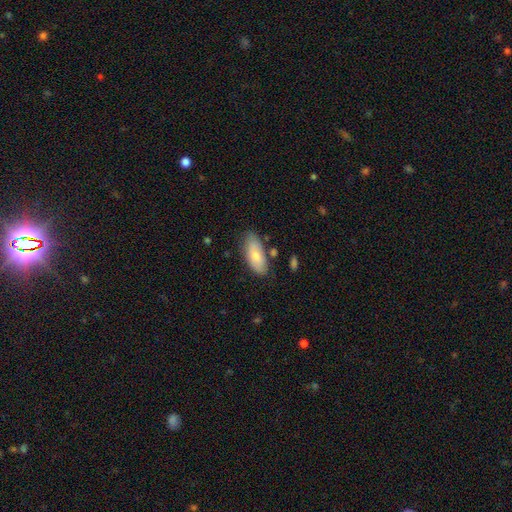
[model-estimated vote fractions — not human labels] Smooth or featured? smooth (75%)
How rounded? in between (88%)
Merging? none (72%)